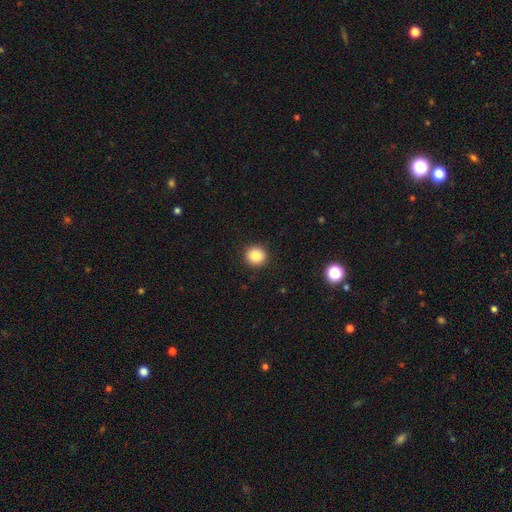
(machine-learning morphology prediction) A smooth galaxy with no disk features (86%) that is round (91%). Merging: none (91%).